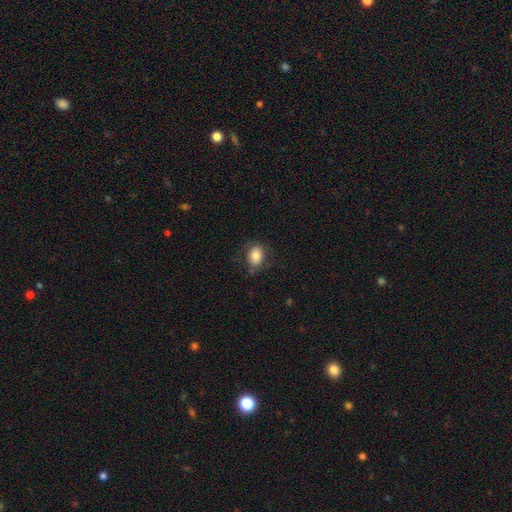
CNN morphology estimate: smooth 82%, featured or disk 10%, star or artifact 9%. Down the decision tree: how rounded — in between (65%); merging — none (75%).